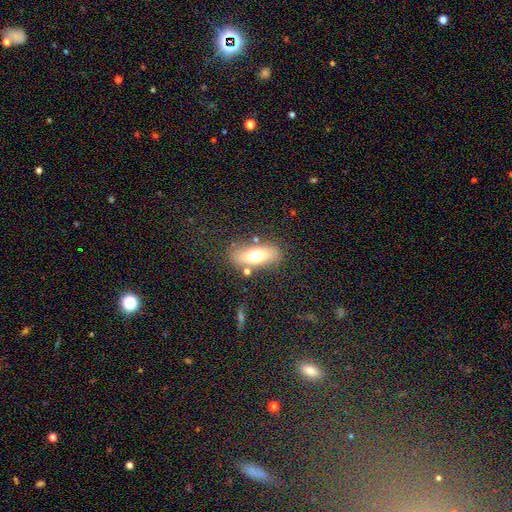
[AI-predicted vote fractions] A smooth galaxy with no disk features (66%) that is in between round and cigar-shaped (79%).

Vote fractions:
- Smooth or featured? smooth: 66% / featured or disk: 24% / star or artifact: 9%
- How rounded? in between: 79% / cigar-shaped: 15% / round: 6%
- Merging? none: 76% / minor disturbance: 14% / merger: 5% / major disturbance: 5%